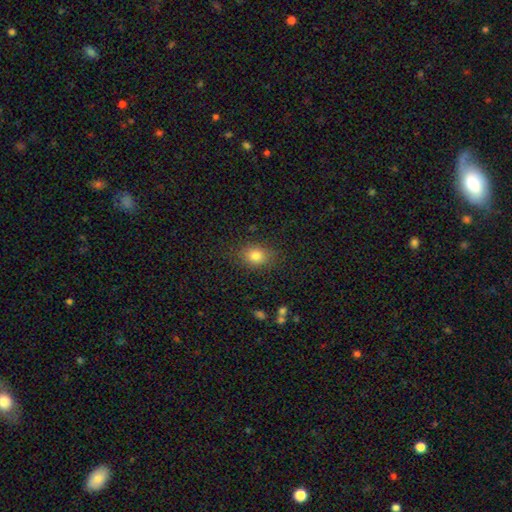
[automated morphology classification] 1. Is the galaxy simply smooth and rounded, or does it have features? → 81% smooth, 11% star or artifact, 8% featured or disk.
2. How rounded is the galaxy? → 62% in between, 37% round, 1% cigar-shaped.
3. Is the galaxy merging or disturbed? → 80% none, 14% minor disturbance, 4% major disturbance, 1% merger.